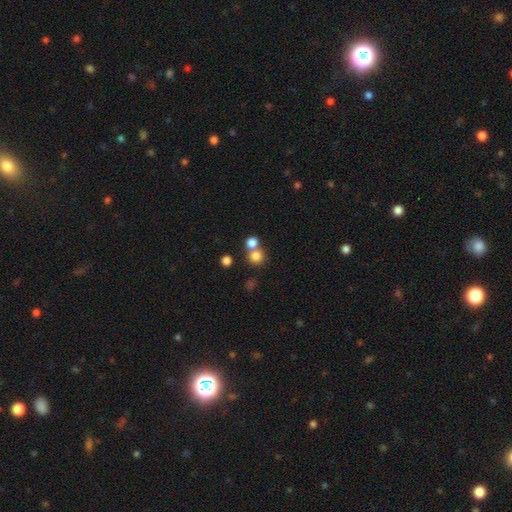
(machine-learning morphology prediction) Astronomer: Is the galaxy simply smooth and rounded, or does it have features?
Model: smooth — 79%.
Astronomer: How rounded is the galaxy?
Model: round — 89%.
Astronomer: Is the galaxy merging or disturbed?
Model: none — 55% (runner-up: merger, 36%).